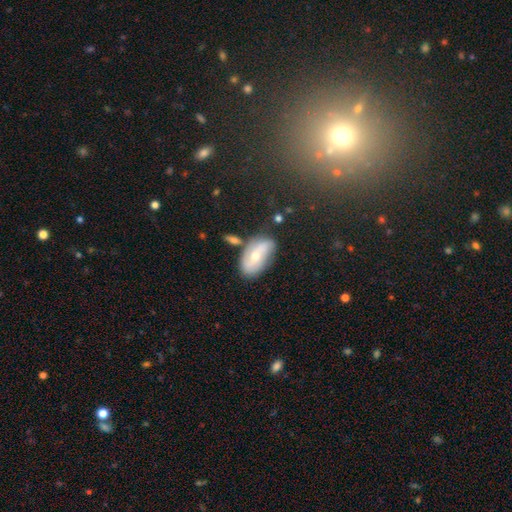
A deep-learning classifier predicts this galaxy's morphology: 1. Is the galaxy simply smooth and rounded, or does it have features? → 54% featured or disk, 39% smooth, 7% star or artifact.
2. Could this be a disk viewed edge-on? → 90% no, 10% yes.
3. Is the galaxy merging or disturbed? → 63% none, 20% minor disturbance, 11% merger, 6% major disturbance.